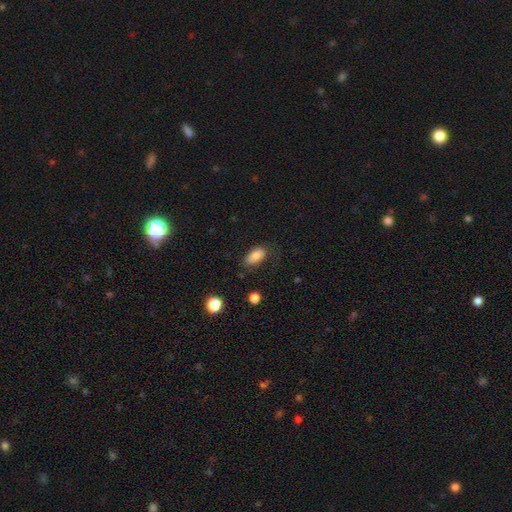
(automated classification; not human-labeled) smooth 84%, star or artifact 8%, featured or disk 8%. Down the decision tree: how rounded — in between (92%); merging — none (71%).